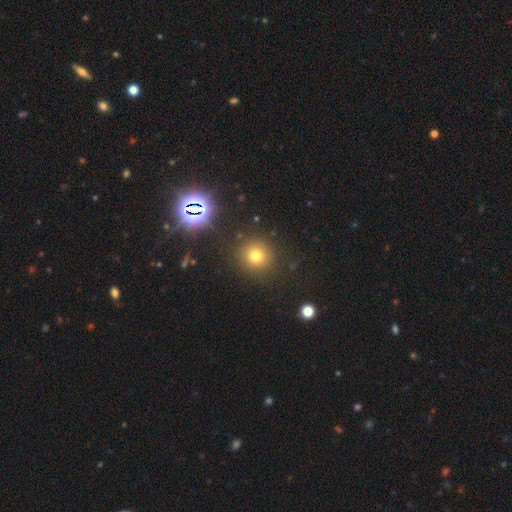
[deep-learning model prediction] A smooth galaxy with no disk features (70%) that is round (93%).

Vote fractions:
- Smooth or featured? smooth: 70% / star or artifact: 21% / featured or disk: 8%
- How rounded? round: 93% / in between: 6% / cigar-shaped: 1%
- Merging? none: 87% / minor disturbance: 7% / major disturbance: 3% / merger: 3%